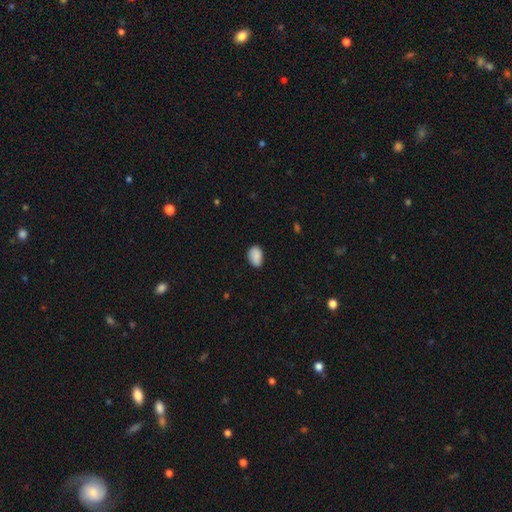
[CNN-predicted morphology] smooth 87%, star or artifact 8%, featured or disk 5%. Down the decision tree: how rounded — in between (84%); merging — none (74%).